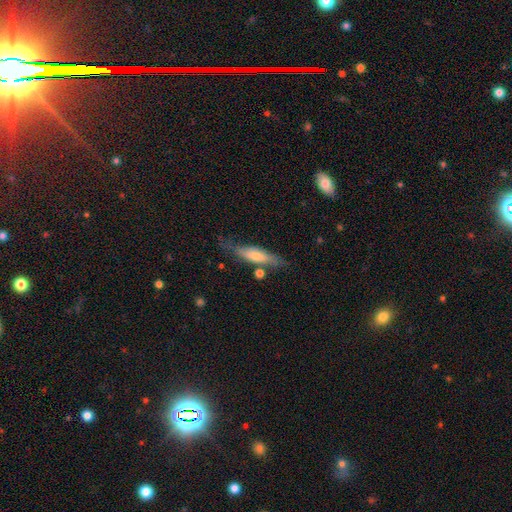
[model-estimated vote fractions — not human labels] This is possibly a smooth galaxy (52%). How rounded: likely cigar-shaped (72%). Merging: likely none (63%).